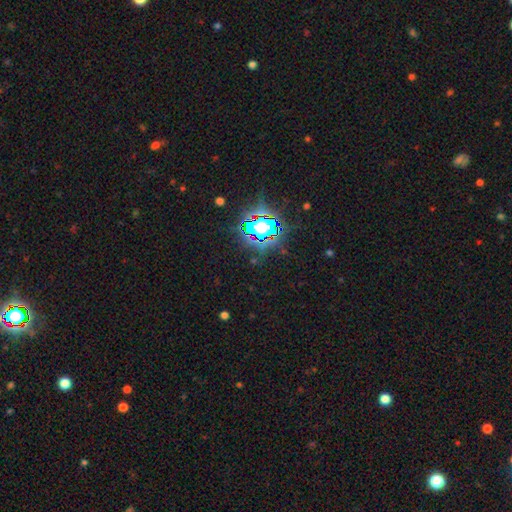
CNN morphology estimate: Smooth or featured? Predicted: star or artifact (p=0.81).